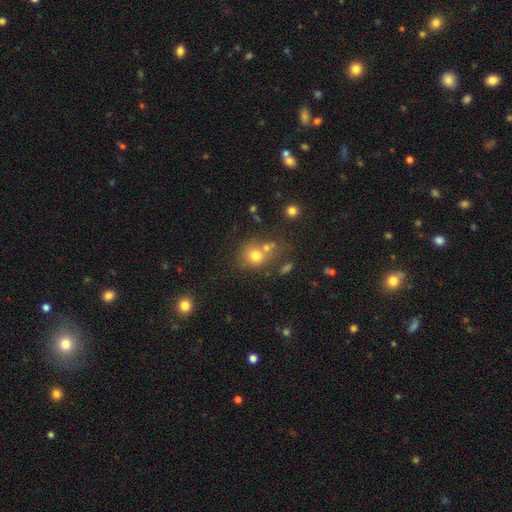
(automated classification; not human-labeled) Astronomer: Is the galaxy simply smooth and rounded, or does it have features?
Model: smooth — 72%.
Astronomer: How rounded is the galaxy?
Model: round — 75%.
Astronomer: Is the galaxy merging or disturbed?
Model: none — 48% (runner-up: merger, 33%).